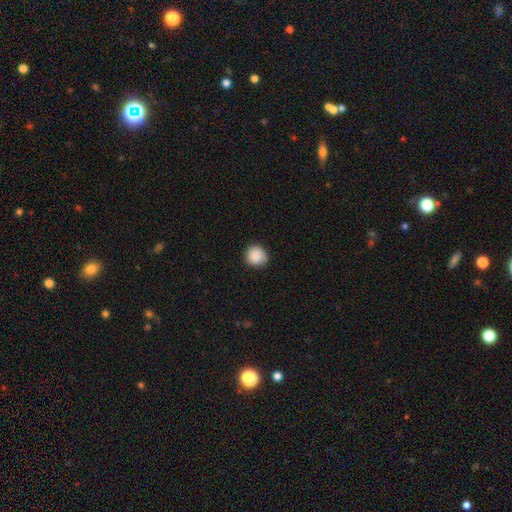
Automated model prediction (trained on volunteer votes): This appears to be a smooth galaxy with no disk features (89%) that is round (91%). Merging: none (87%).